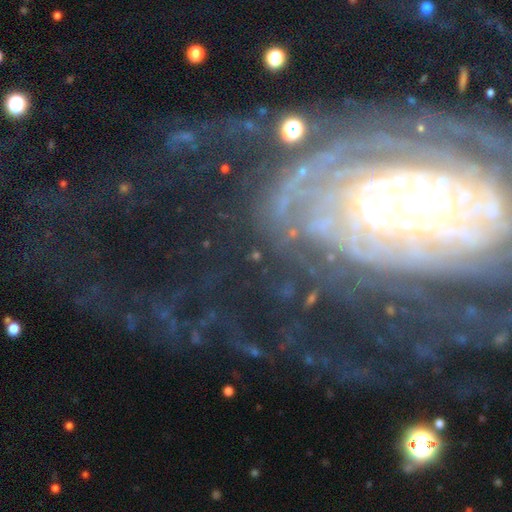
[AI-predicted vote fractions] The model was most divided on "smooth or featured": featured or disk: 52%, star or artifact: 32%, smooth: 17%. More confident: edge-on disk — no (93%); merging — none (61%).